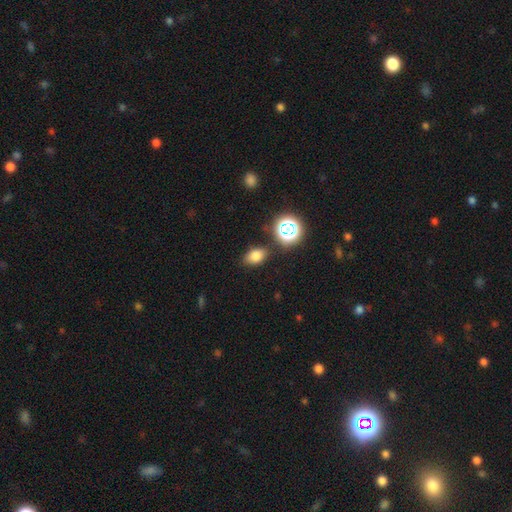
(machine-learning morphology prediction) This appears to be a smooth galaxy with no disk features (76%) that is in between round and cigar-shaped (78%). Merging: none (81%).